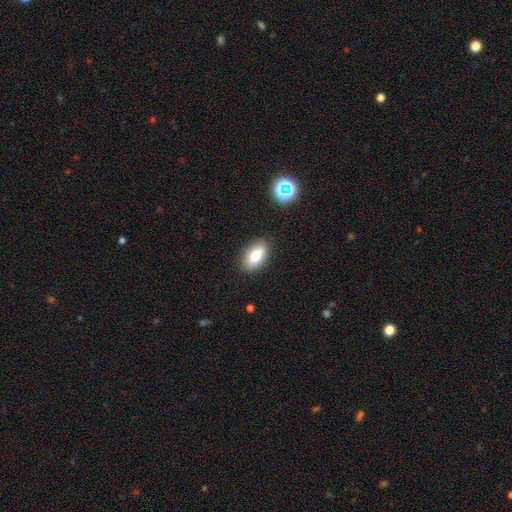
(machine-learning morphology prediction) Overall: smooth (84%). How rounded: in between (91%). Merging: none (87%).